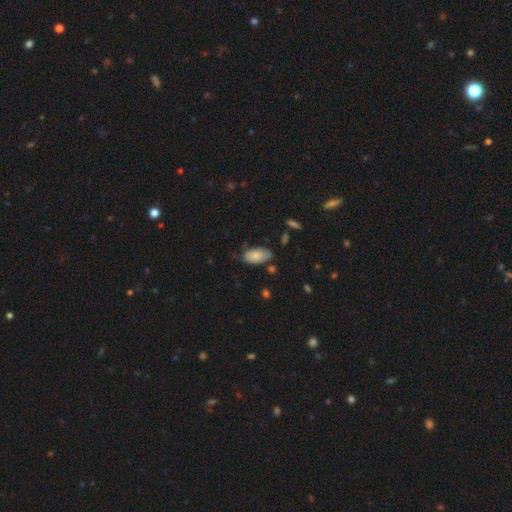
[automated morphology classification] Smooth or featured: smooth — 82% (featured or disk — 12%)
How rounded: in between — 94% (cigar-shaped — 3%)
Merging: none — 64% (minor disturbance — 27%)